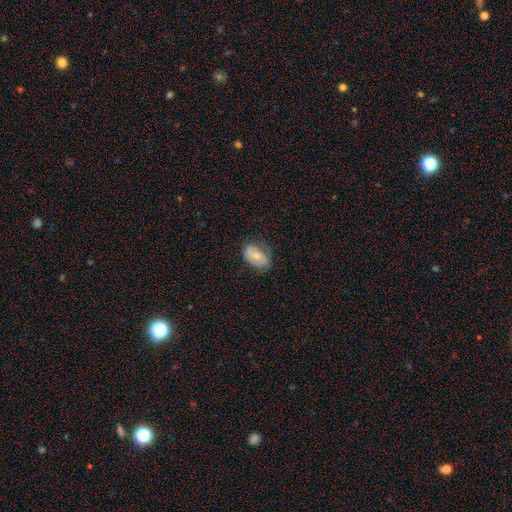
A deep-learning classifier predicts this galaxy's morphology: Overall: smooth (58%; featured or disk 35%). How rounded: in between (86%). Merging: none (68%).